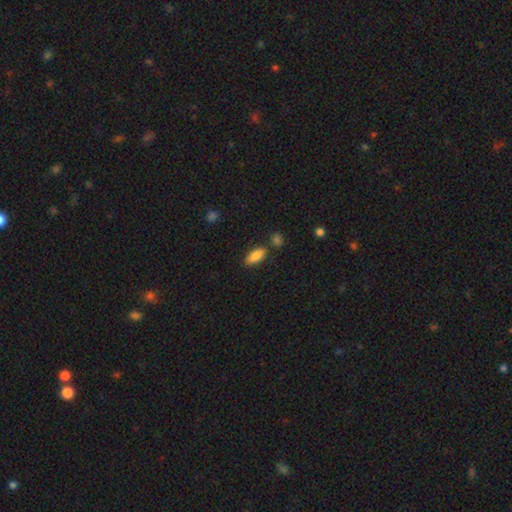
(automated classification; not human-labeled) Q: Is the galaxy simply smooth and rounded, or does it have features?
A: smooth — 86%.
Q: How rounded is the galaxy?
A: in between — 79%.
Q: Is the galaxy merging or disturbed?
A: none — 78%.